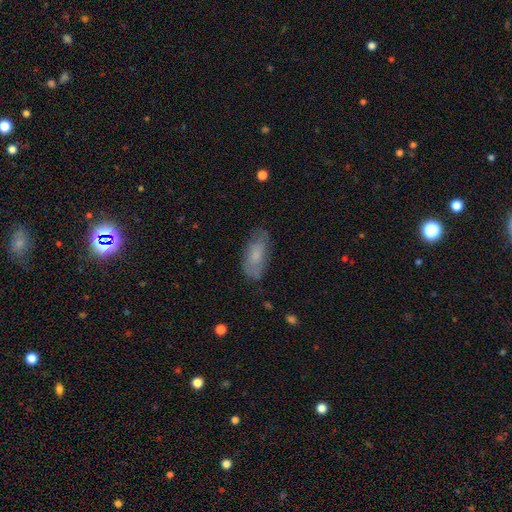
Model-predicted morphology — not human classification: smooth_or_featured: smooth (p=0.67) [alt: featured or disk p=0.26]
how_rounded: in between (p=0.86) [alt: cigar-shaped p=0.12]
merging: none (p=0.71) [alt: minor disturbance p=0.21]